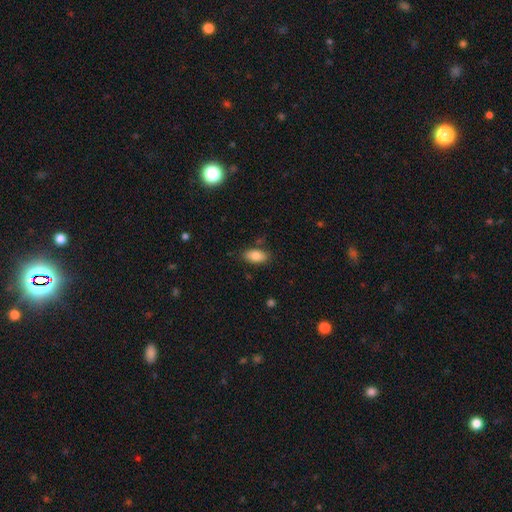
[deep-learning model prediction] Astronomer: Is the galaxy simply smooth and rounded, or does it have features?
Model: smooth — 83%.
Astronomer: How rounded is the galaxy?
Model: in between — 93%.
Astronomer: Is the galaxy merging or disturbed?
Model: none — 82%.